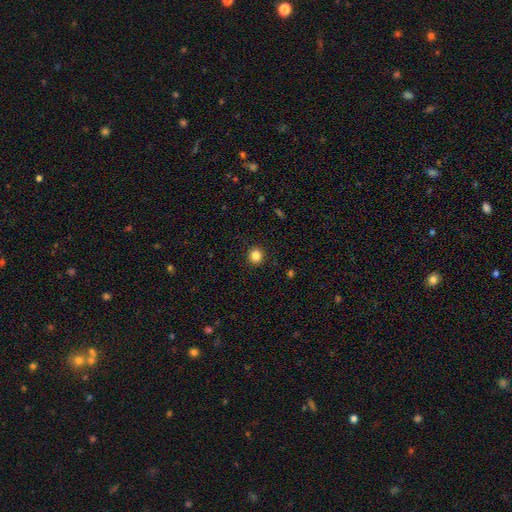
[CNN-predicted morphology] The model was most divided on "smooth or featured": smooth: 85%, star or artifact: 11%, featured or disk: 4%. More confident: merging — none (92%); how rounded — round (92%).